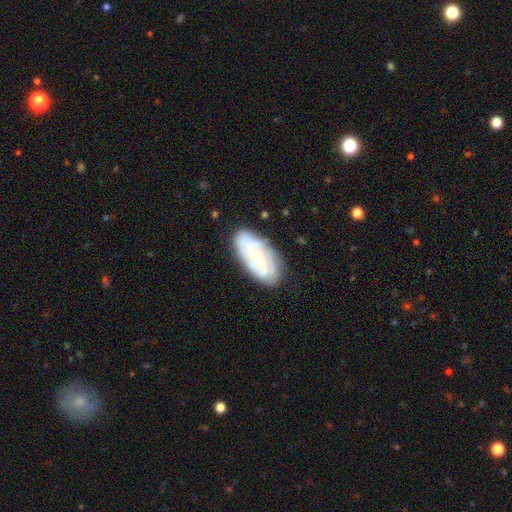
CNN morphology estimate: This appears to be a featured or disk galaxy (64%) with no bar (46%), spiral arms (79%) and a small central bulge (52%). Merging: none (78%).